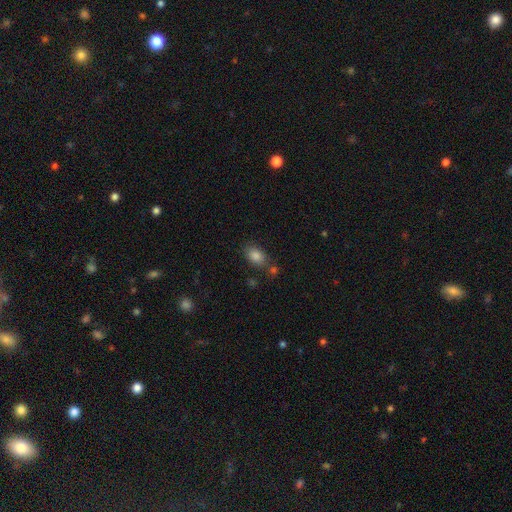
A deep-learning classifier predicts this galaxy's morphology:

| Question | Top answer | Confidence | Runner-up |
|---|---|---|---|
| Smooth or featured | smooth | 85% | star or artifact (9%) |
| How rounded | in between | 84% | round (14%) |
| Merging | none | 70% | minor disturbance (14%) |